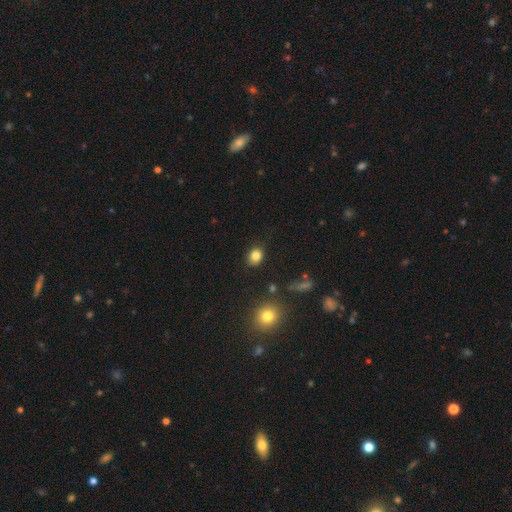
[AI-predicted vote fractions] This appears to be a smooth galaxy with no disk features (83%) that is in between round and cigar-shaped (61%). Merging: none (81%).